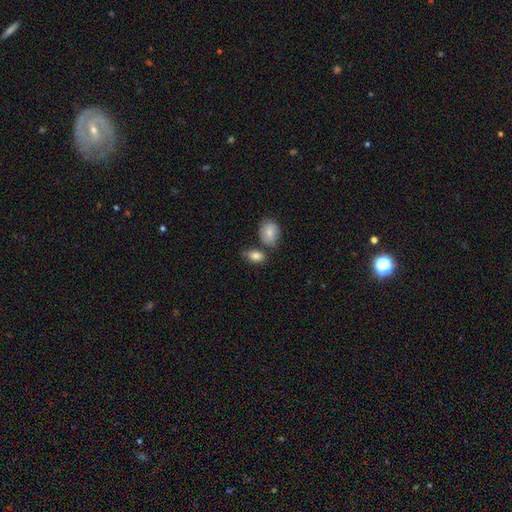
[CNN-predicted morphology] Smooth or featured? Predicted: smooth (p=0.84). How rounded? Predicted: in between (p=0.84). Merging? Predicted: none (p=0.58).